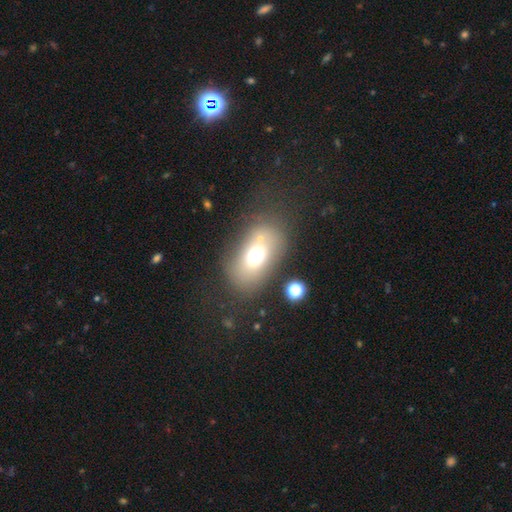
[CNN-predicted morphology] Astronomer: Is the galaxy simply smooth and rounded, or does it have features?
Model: smooth — 64%.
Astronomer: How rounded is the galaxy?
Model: in between — 74%.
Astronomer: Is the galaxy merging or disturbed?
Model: none — 63%.